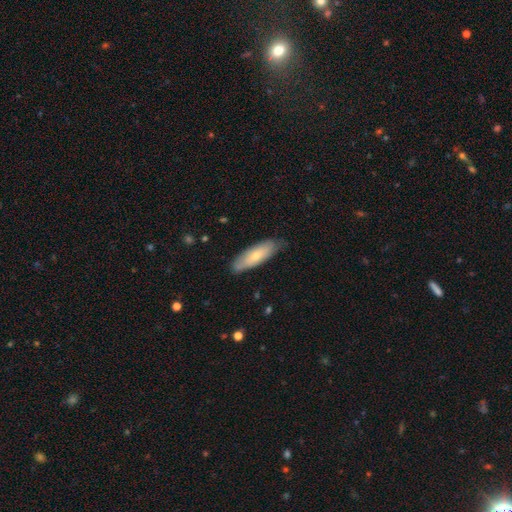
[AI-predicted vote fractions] This appears to be a smooth galaxy with no disk features (66%) that is in between round and cigar-shaped (56%). Merging: none (76%).